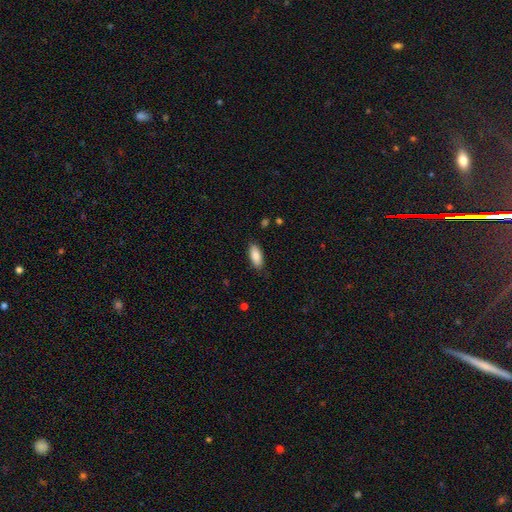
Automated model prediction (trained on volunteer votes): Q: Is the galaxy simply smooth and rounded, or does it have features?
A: smooth — 88%.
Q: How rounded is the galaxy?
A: in between — 85%.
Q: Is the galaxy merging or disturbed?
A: none — 85%.